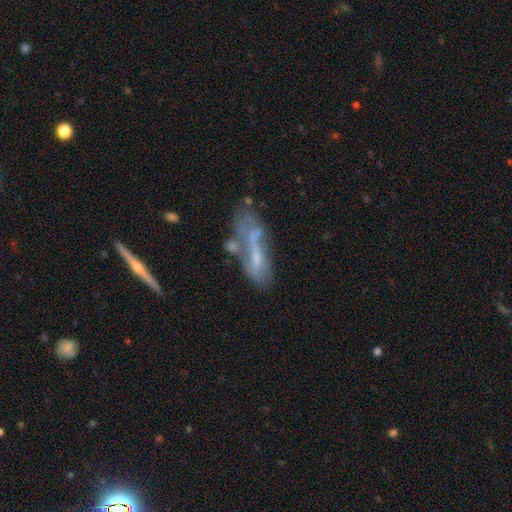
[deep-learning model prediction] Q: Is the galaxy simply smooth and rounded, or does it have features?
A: featured or disk — 57%.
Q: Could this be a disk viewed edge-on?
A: no — 70%.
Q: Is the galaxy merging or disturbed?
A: merger — 28%.